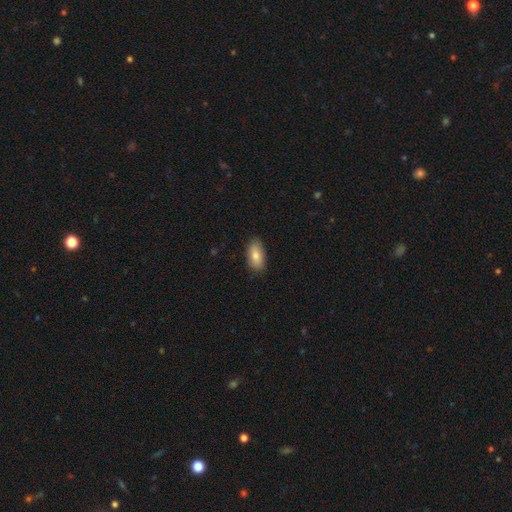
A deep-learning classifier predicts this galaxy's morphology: smooth_or_featured: smooth (p=0.81) [alt: featured or disk p=0.12]
how_rounded: in between (p=0.91) [alt: cigar-shaped p=0.05]
merging: none (p=0.84) [alt: minor disturbance p=0.13]